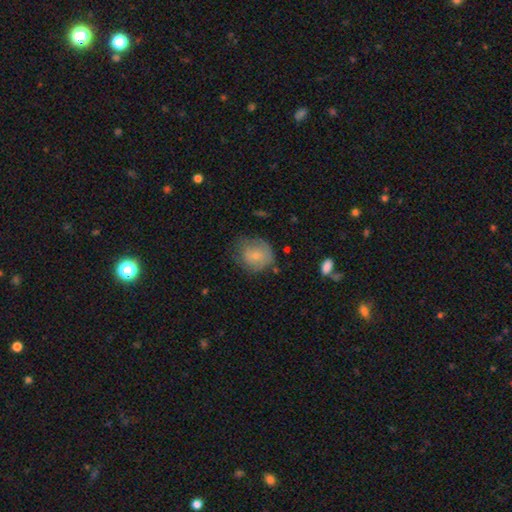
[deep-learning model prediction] smooth 73%, featured or disk 19%, star or artifact 8%. Down the decision tree: how rounded — round (73%); merging — none (53%).